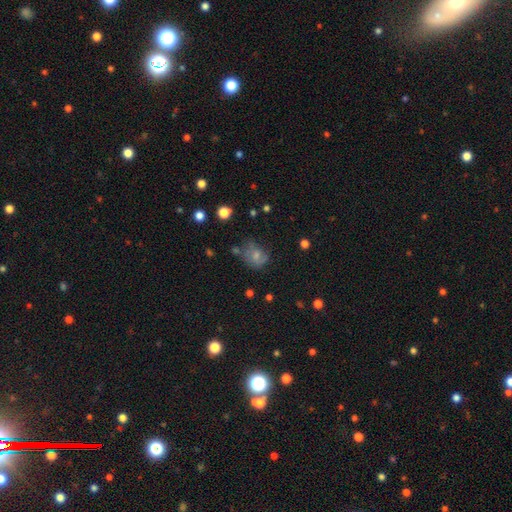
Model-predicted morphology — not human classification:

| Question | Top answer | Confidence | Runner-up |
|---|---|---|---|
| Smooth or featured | smooth | 55% | featured or disk (32%) |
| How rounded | round | 51% | in between (47%) |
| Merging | none | 44% | minor disturbance (30%) |